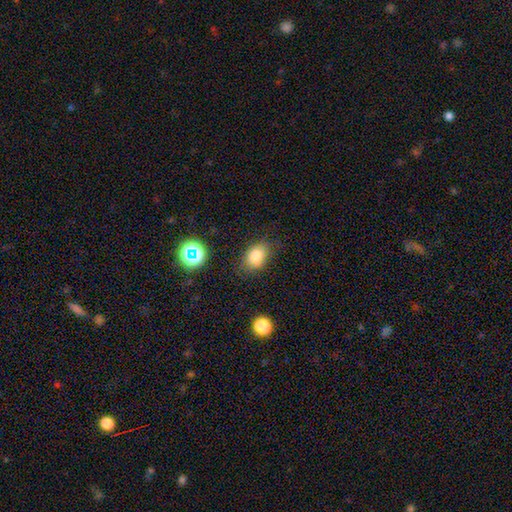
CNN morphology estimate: Smooth or featured?
  - smooth: 80% *
  - star or artifact: 11%
  - featured or disk: 8%
How rounded?
  - in between: 75% *
  - round: 24%
  - cigar-shaped: 1%
Merging?
  - none: 72% *
  - minor disturbance: 20%
  - major disturbance: 6%
  - merger: 2%